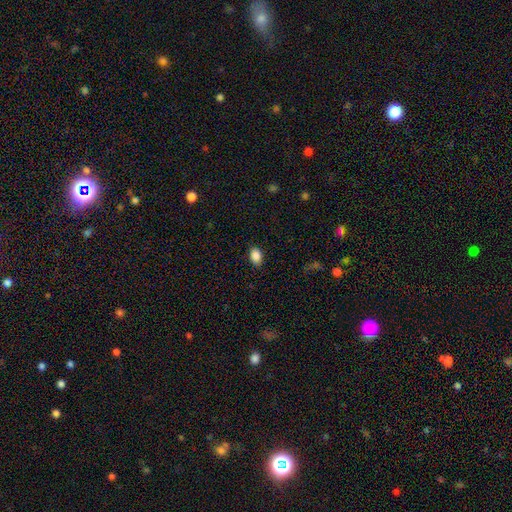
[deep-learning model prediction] smooth_or_featured: smooth (p=0.87) [alt: star or artifact p=0.09]
how_rounded: in between (p=0.77) [alt: round p=0.22]
merging: none (p=0.87) [alt: minor disturbance p=0.10]